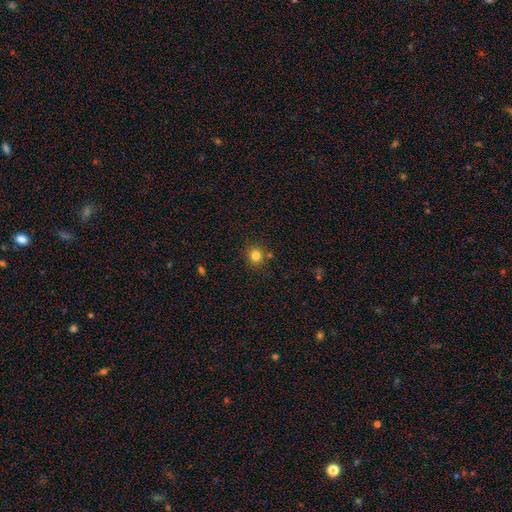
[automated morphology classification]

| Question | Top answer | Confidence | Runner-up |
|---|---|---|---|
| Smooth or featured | smooth | 81% | star or artifact (13%) |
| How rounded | round | 90% | in between (9%) |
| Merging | none | 82% | minor disturbance (9%) |